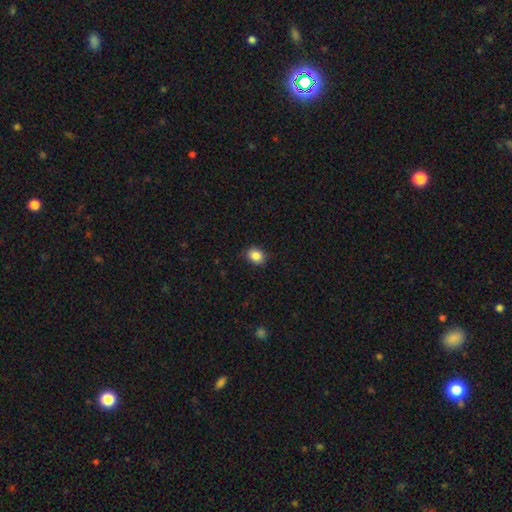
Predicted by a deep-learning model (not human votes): This is clearly a smooth galaxy (87%). How rounded: possibly round (50%). Merging: clearly none (84%).